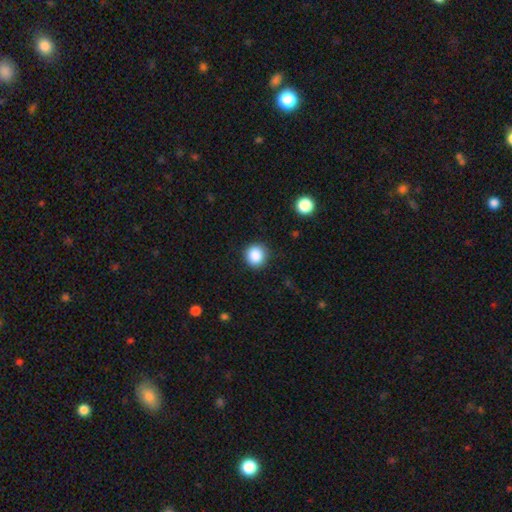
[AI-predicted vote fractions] smooth-or-featured: smooth: 87% | star or artifact: 10% | featured or disk: 3%
  how-rounded: round: 92% | in between: 7% | cigar-shaped: 1%
  merging: none: 90% | minor disturbance: 7% | major disturbance: 2% | merger: 1%